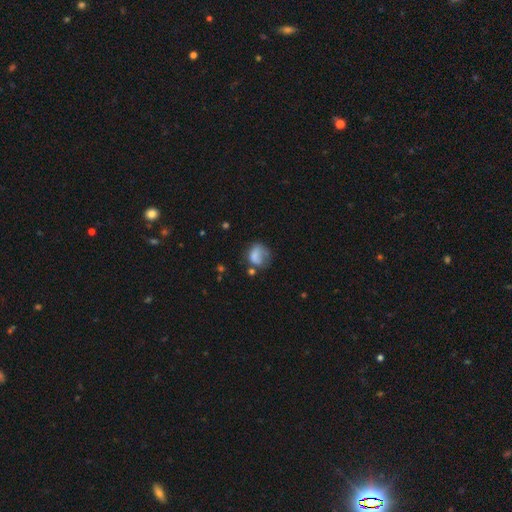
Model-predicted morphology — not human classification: Q: Smooth or featured?
A: smooth (69%); runner-up: featured or disk (21%)
Q: How rounded?
A: round (52%); runner-up: in between (47%)
Q: Merging?
A: none (34%); runner-up: major disturbance (30%)